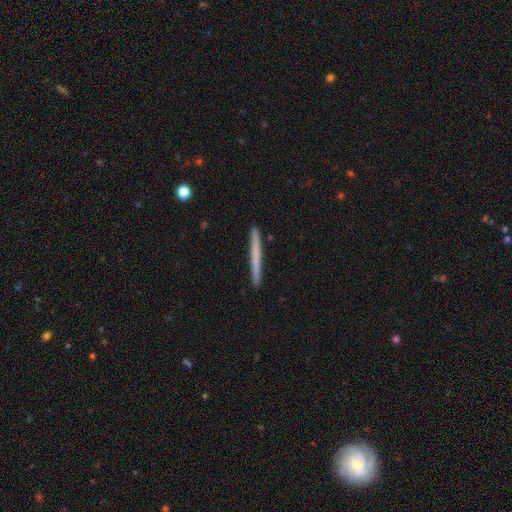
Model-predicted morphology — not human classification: type=smooth (55%); roundness=cigar-shaped (97%); merging=none (93%).